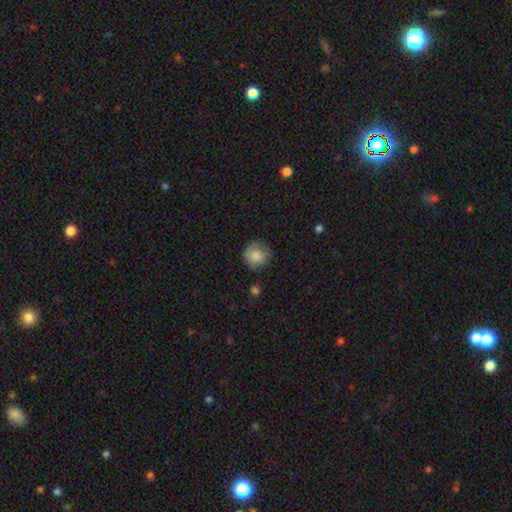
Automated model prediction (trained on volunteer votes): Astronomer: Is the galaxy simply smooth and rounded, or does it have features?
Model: smooth — 79%.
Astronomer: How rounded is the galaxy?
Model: round — 90%.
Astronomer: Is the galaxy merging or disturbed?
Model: none — 69%.